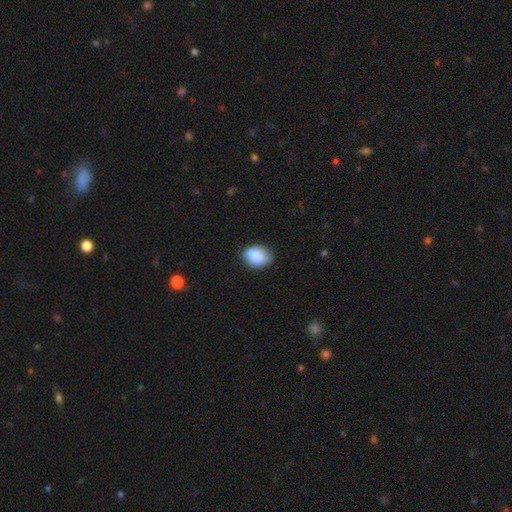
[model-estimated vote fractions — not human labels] A smooth galaxy with no disk features (88%) that is in between round and cigar-shaped (77%).

Vote fractions:
- Smooth or featured? smooth: 88% / star or artifact: 7% / featured or disk: 5%
- How rounded? in between: 77% / round: 22% / cigar-shaped: 1%
- Merging? none: 75% / minor disturbance: 20% / major disturbance: 4% / merger: 1%